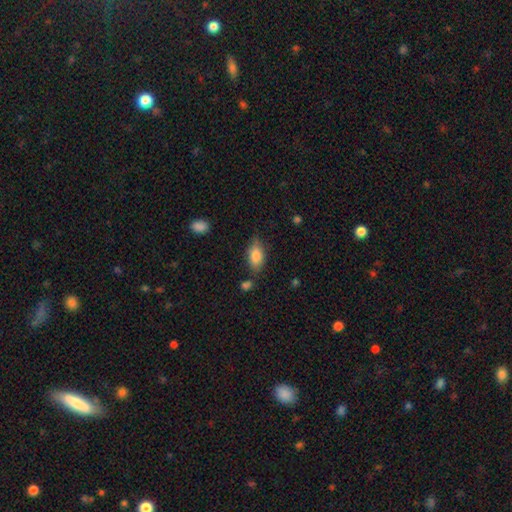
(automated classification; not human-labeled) Smooth or featured? Predicted: smooth (p=0.82). How rounded? Predicted: in between (p=0.89). Merging? Predicted: none (p=0.69).